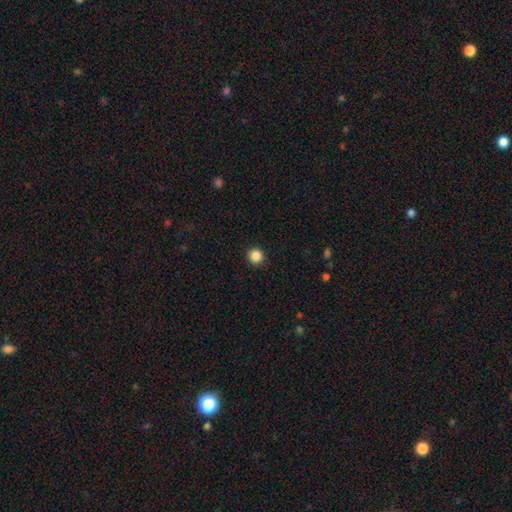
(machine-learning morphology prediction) Smooth or featured? smooth (87%)
How rounded? round (94%)
Merging? none (92%)